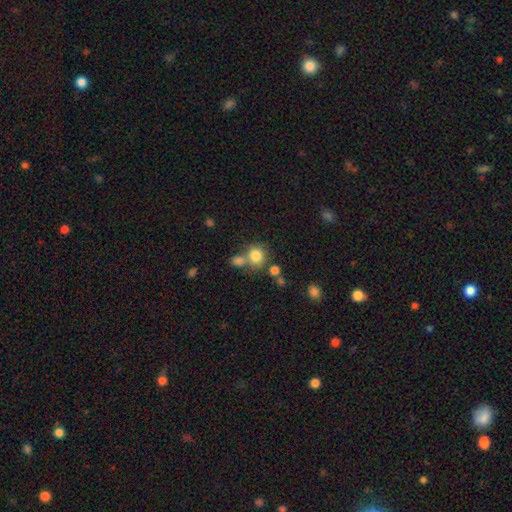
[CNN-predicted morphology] smooth 81%, star or artifact 11%, featured or disk 8%. Down the decision tree: how rounded — round (78%); merging — none (54%).